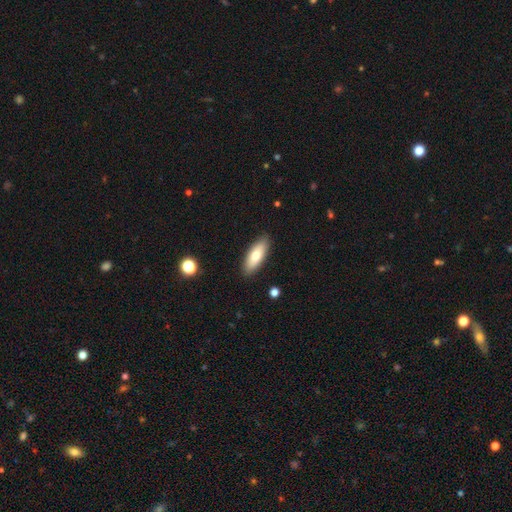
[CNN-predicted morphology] smooth-or-featured: smooth: 74% | featured or disk: 20% | star or artifact: 6%
  how-rounded: in between: 70% | cigar-shaped: 28% | round: 2%
  merging: none: 88% | minor disturbance: 9% | major disturbance: 2% | merger: 1%